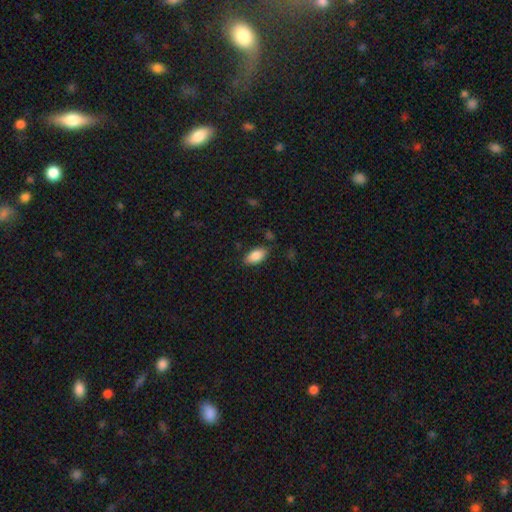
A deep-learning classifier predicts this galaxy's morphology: A smooth galaxy with no disk features (86%) that is in between round and cigar-shaped (92%).

Vote fractions:
- Smooth or featured? smooth: 86% / featured or disk: 7% / star or artifact: 7%
- How rounded? in between: 92% / cigar-shaped: 5% / round: 3%
- Merging? none: 82% / minor disturbance: 13% / major disturbance: 3% / merger: 2%